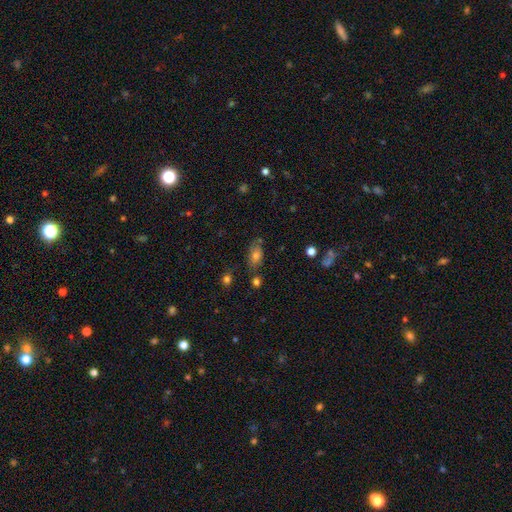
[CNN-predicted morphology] Smooth or featured?
  - smooth: 68% *
  - featured or disk: 19%
  - star or artifact: 13%
How rounded?
  - in between: 85% *
  - round: 10%
  - cigar-shaped: 4%
Merging?
  - none: 64% *
  - minor disturbance: 22%
  - merger: 7%
  - major disturbance: 7%